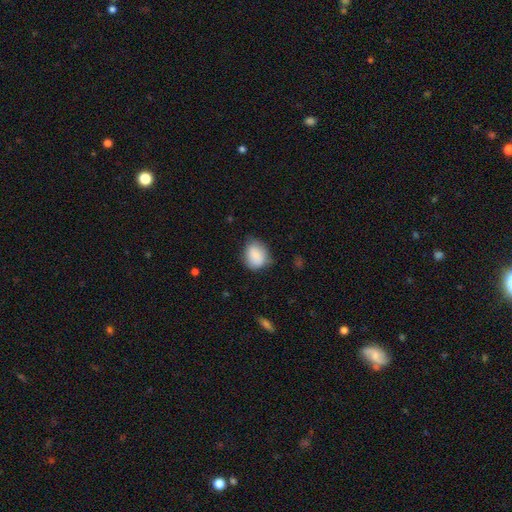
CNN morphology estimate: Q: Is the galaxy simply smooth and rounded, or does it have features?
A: smooth — 85%.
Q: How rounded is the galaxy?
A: in between — 51%.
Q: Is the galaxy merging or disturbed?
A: none — 60%.